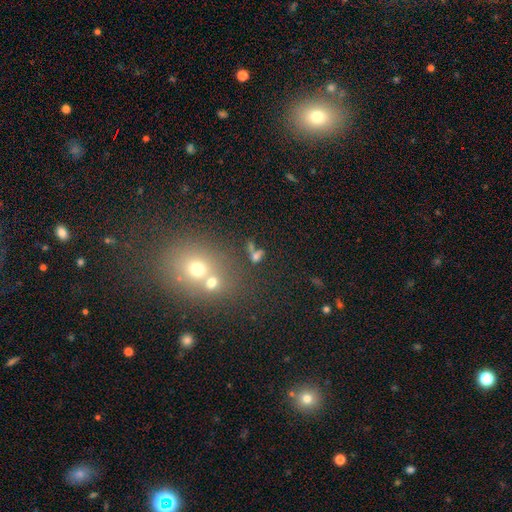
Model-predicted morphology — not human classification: A smooth galaxy with no disk features (62%) that is in between round and cigar-shaped (56%). Merging: none (50%).